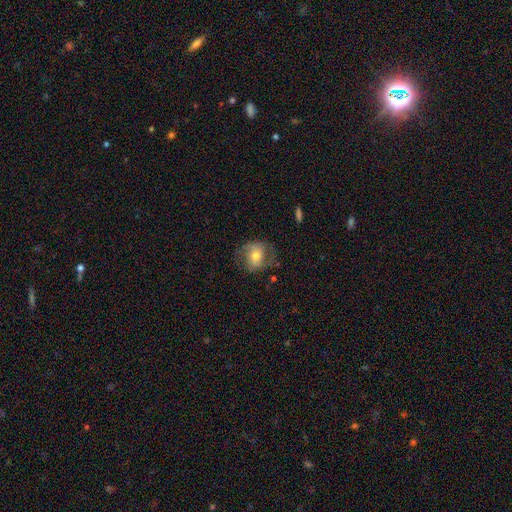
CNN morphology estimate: smooth-or-featured: featured or disk: 53% | smooth: 39% | star or artifact: 8%
  disk-edge-on: no: 96% | yes: 4%
    bar: no: 54% | weak: 32% | strong: 14%
    has-spiral-arms: yes: 79% | no: 21%
    bulge-size: moderate: 63% | small: 26% | large: 8% | none: 2% | dominant: 1%
  merging: none: 65% | minor disturbance: 21% | major disturbance: 13% | merger: 1%